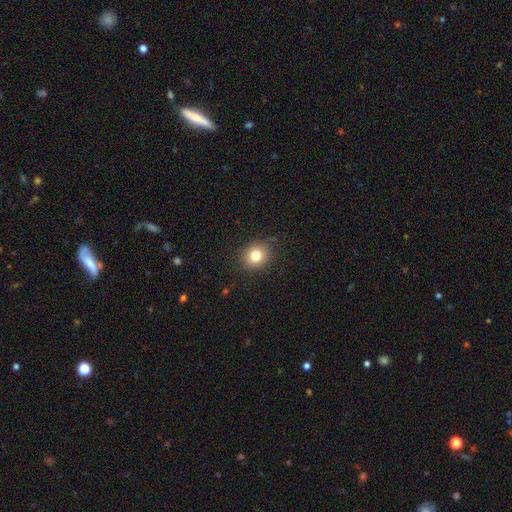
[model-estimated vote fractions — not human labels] smooth-or-featured: smooth: 80% | star or artifact: 11% | featured or disk: 9%
  how-rounded: round: 73% | in between: 26% | cigar-shaped: 1%
  merging: none: 87% | minor disturbance: 9% | major disturbance: 3% | merger: 1%